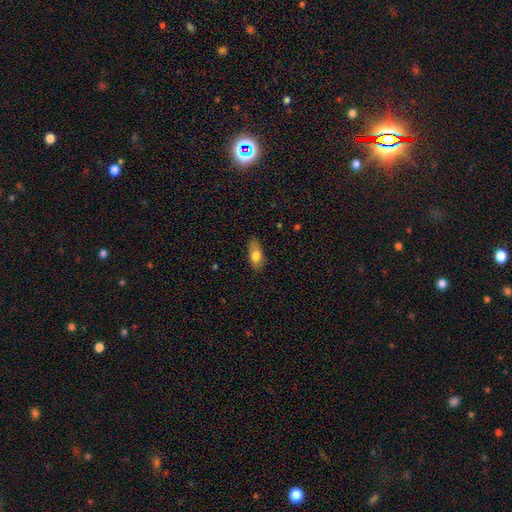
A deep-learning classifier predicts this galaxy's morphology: A smooth galaxy with no disk features (77%) that is in between round and cigar-shaped (83%). Merging: none (80%).